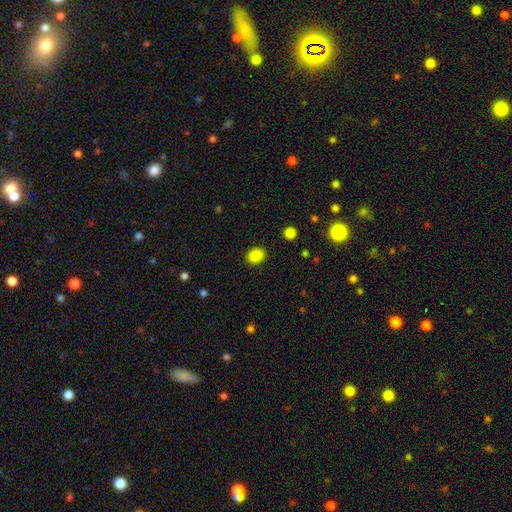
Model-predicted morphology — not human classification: Overall: smooth (87%). How rounded: in between (53%; round 46%). Merging: none (89%).